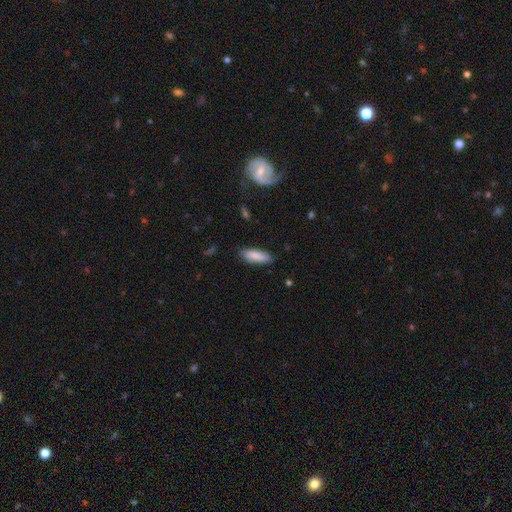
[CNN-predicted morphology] This is clearly a smooth galaxy (86%). How rounded: possibly in between (57%). Merging: clearly none (85%).